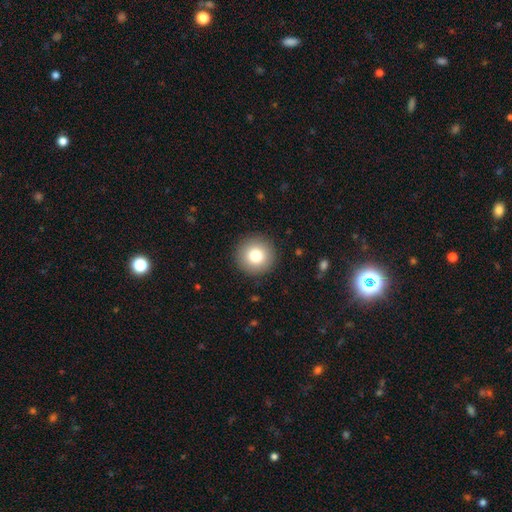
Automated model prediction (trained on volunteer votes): smooth_or_featured: smooth (p=0.81) [alt: featured or disk p=0.10]
how_rounded: round (p=0.96) [alt: in between p=0.03]
merging: none (p=0.91) [alt: minor disturbance p=0.06]